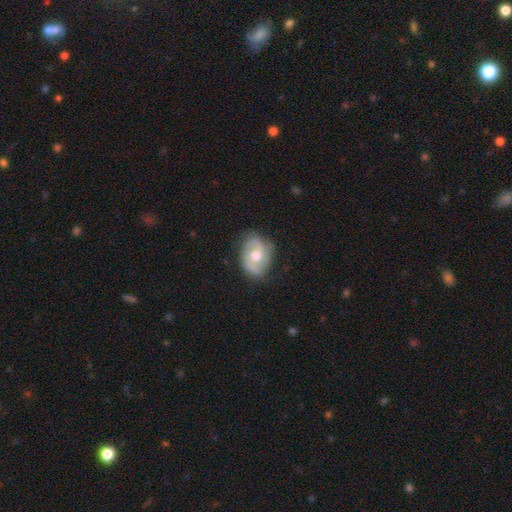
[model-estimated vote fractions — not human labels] This is likely a featured or disk galaxy (70%). It is clearly not viewed edge-on (96%). Bar: likely no (63%). Spiral arm pattern: clearly yes (85%). Spiral arm count: likely 2 (75%). Spiral winding: marginally medium (44%). Central bulge: likely moderate (76%). Merging: likely none (74%).